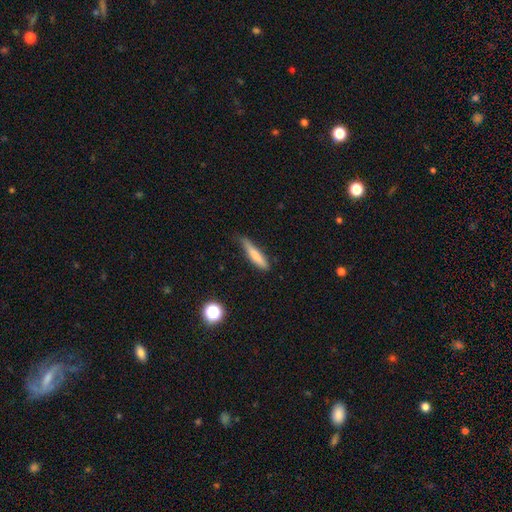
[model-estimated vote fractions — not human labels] Overall: smooth (74%). How rounded: cigar-shaped (85%). Merging: none (59%; minor disturbance 33%).